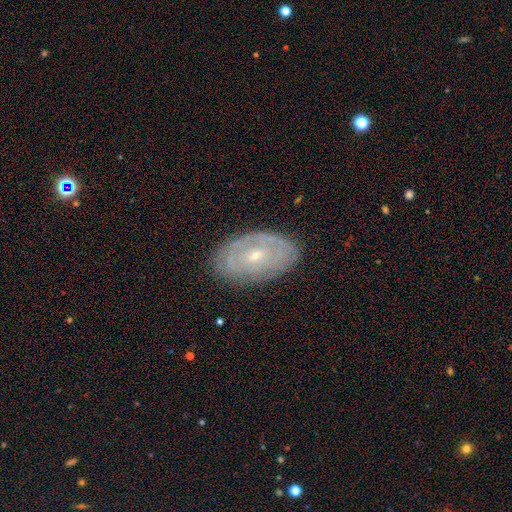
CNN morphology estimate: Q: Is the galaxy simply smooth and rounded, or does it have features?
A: featured or disk — 68%.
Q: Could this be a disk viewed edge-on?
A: no — 92%.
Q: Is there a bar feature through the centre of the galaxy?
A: no — 74%.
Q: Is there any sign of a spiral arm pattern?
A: yes — 61%.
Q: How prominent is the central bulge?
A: small — 67%.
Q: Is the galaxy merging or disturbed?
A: none — 81%.